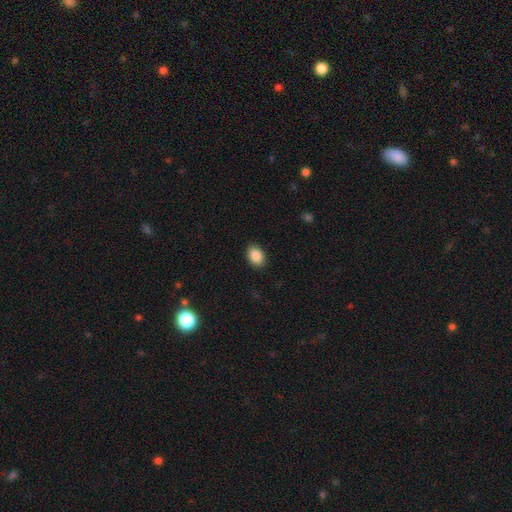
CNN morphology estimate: Q: Smooth or featured?
A: smooth (88%); runner-up: star or artifact (8%)
Q: How rounded?
A: in between (80%); runner-up: round (19%)
Q: Merging?
A: none (89%); runner-up: minor disturbance (8%)